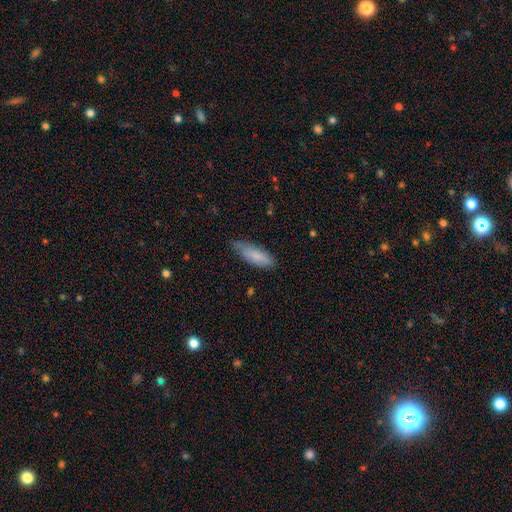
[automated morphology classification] Smooth or featured? smooth (78%)
How rounded? in between (62%)
Merging? none (61%)